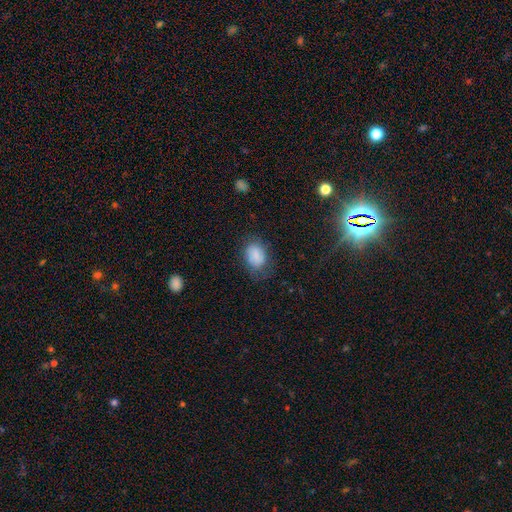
A smooth galaxy with no disk features (81%) that is in between round and cigar-shaped (66%).

Vote fractions:
- Smooth or featured? smooth: 81% / featured or disk: 17% / star or artifact: 3%
- How rounded? in between: 66% / round: 34% / cigar-shaped: 0%
- Merging? none: 66% / minor disturbance: 23% / major disturbance: 11% / merger: 0%